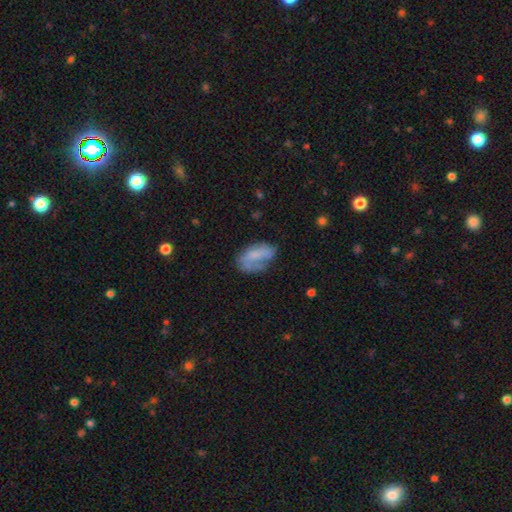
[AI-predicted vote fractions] Morphology: type=smooth (59%); roundness=in between (89%); merging=none (45%).